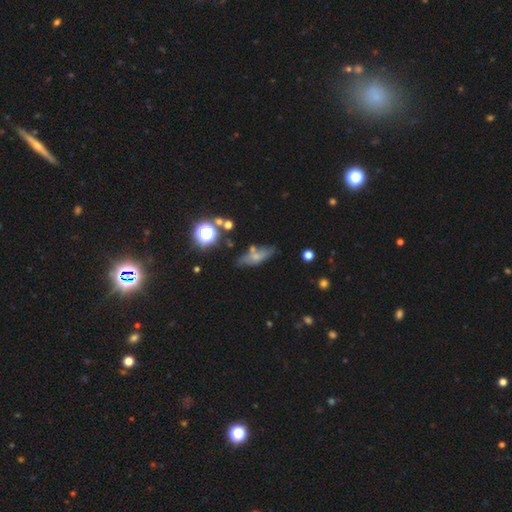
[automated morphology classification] Smooth or featured? Predicted: smooth (p=0.55). How rounded? Predicted: in between (p=0.59). Merging? Predicted: none (p=0.63).